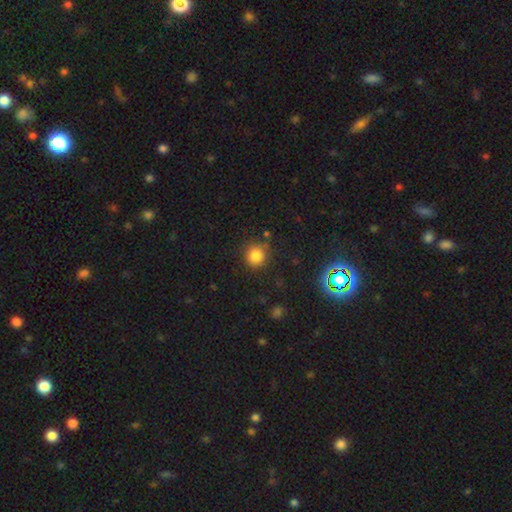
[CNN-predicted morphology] This is clearly a smooth galaxy (83%). How rounded: clearly round (91%). Merging: clearly none (81%).